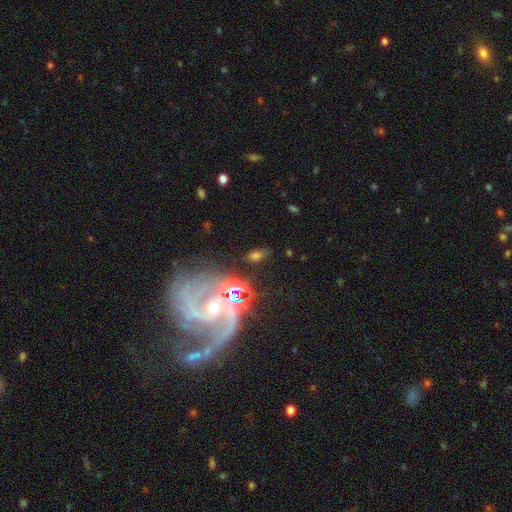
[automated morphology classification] Smooth or featured? smooth (45%)
Merging? none (73%)